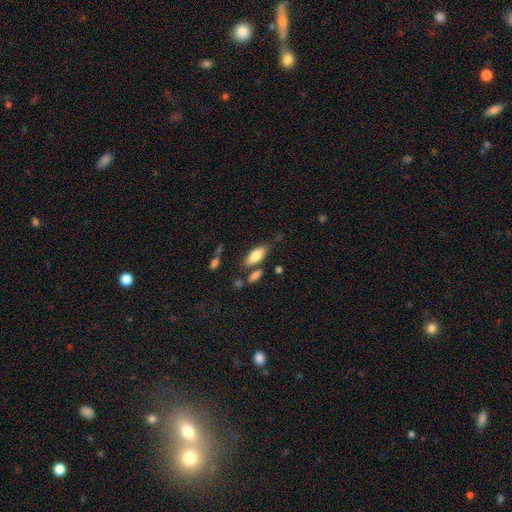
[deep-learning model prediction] Smooth or featured? smooth (76%)
How rounded? in between (80%)
Merging? none (69%)